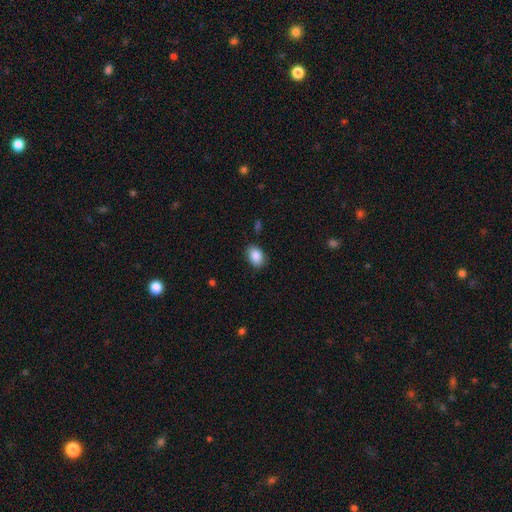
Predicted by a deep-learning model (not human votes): Smooth or featured: smooth — 88% (star or artifact — 8%)
How rounded: in between — 79% (round — 20%)
Merging: none — 84% (minor disturbance — 12%)